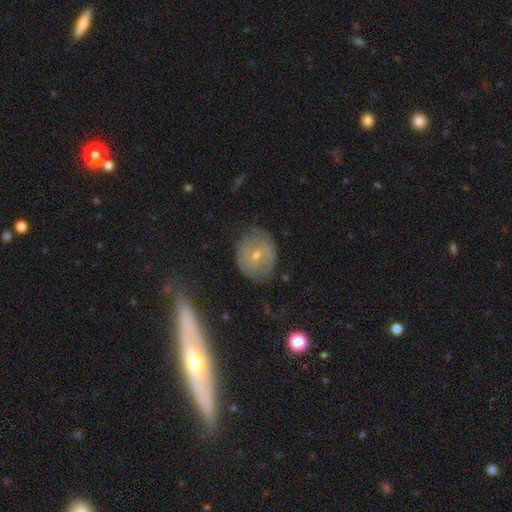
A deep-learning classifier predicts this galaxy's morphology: This is possibly a featured or disk galaxy (57%). It is clearly not viewed edge-on (92%). Bar: likely no (67%). Spiral arm pattern: likely yes (61%). Central bulge: likely small (67%). Merging: likely none (73%).